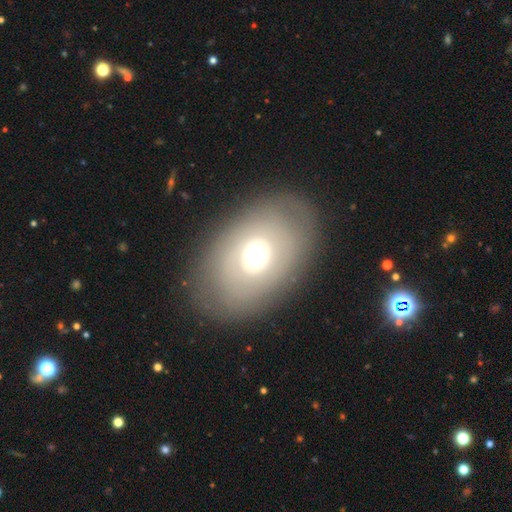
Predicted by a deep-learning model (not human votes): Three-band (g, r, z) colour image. It shows a smooth galaxy with no disk features (53%) that is in between round and cigar-shaped (81%). Merging: none (83%).